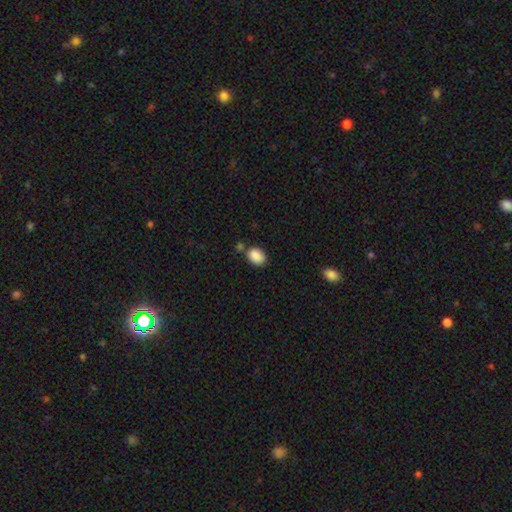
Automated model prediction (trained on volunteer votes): smooth_or_featured: smooth (p=0.89) [alt: star or artifact p=0.08]
how_rounded: in between (p=0.70) [alt: round p=0.29]
merging: none (p=0.70) [alt: minor disturbance p=0.15]